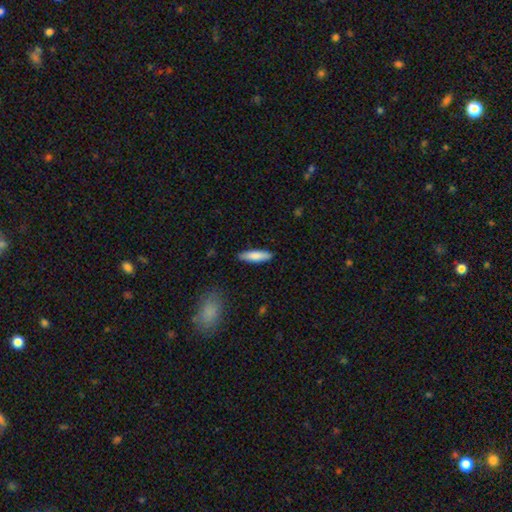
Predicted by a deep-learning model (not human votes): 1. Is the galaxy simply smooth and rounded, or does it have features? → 82% smooth, 12% featured or disk, 6% star or artifact.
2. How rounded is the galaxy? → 65% cigar-shaped, 33% in between, 1% round.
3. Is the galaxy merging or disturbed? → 87% none, 10% minor disturbance, 2% major disturbance, 1% merger.